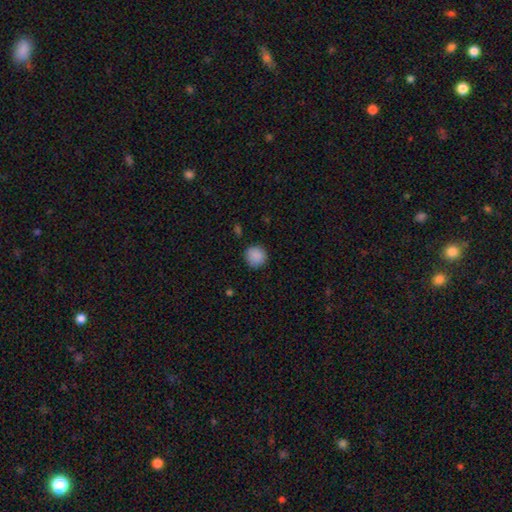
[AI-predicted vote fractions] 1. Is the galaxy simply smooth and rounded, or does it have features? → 89% smooth, 8% star or artifact, 3% featured or disk.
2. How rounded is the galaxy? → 92% round, 7% in between, 1% cigar-shaped.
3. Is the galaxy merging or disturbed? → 87% none, 9% minor disturbance, 2% major disturbance, 1% merger.